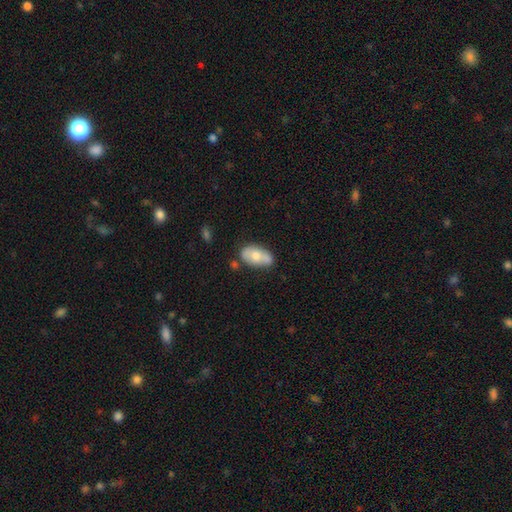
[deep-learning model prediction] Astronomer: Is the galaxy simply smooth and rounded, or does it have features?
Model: smooth — 61%.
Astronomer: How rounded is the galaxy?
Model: in between — 91%.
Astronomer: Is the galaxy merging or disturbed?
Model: none — 55%.